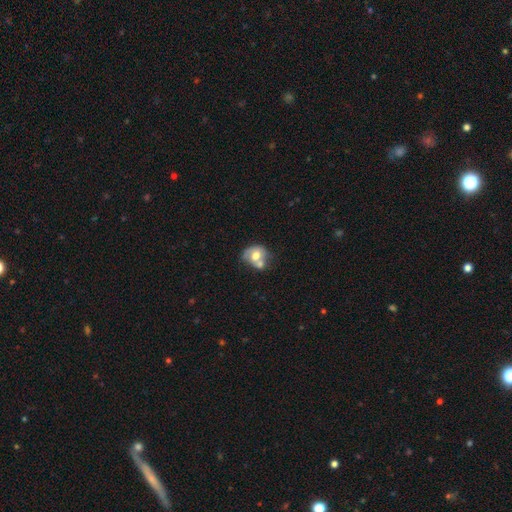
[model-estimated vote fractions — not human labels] Smooth or featured?
  - smooth: 55% *
  - featured or disk: 37%
  - star or artifact: 7%
How rounded?
  - round: 55% *
  - in between: 44%
  - cigar-shaped: 1%
Merging?
  - merger: 52% *
  - none: 24%
  - minor disturbance: 15%
  - major disturbance: 9%